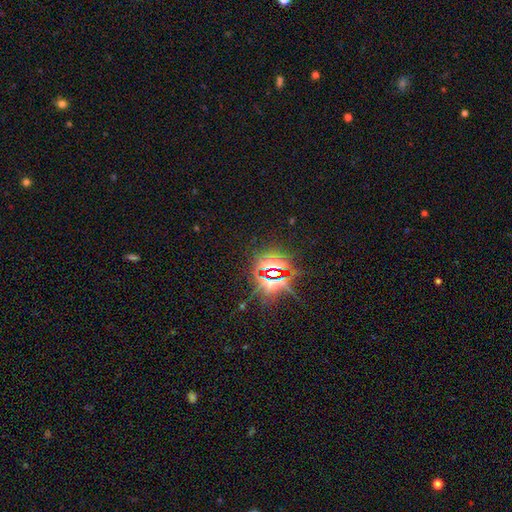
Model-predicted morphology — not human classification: Smooth or featured? star or artifact (84%)